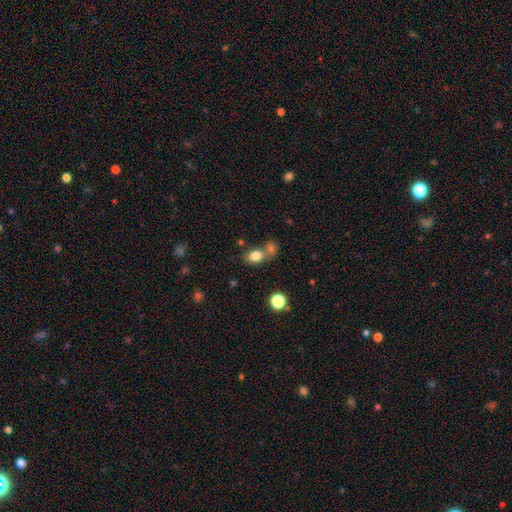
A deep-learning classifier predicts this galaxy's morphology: smooth_or_featured: smooth (p=0.80) [alt: star or artifact p=0.11]
how_rounded: in between (p=0.66) [alt: round p=0.33]
merging: none (p=0.45) [alt: merger p=0.41]